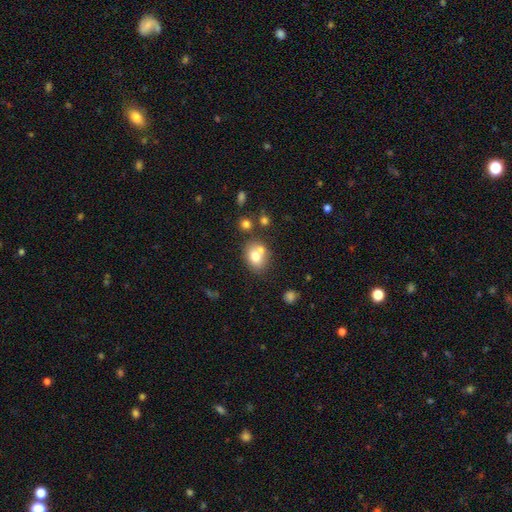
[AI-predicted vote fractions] A smooth galaxy with no disk features (73%) that is in between round and cigar-shaped (52%).

Vote fractions:
- Smooth or featured? smooth: 73% / featured or disk: 16% / star or artifact: 10%
- How rounded? in between: 52% / round: 47% / cigar-shaped: 1%
- Merging? none: 49% / merger: 32% / minor disturbance: 14% / major disturbance: 5%